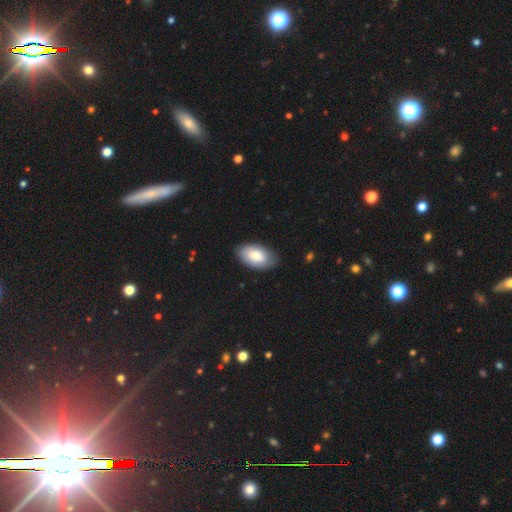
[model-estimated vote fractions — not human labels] smooth 82%, featured or disk 12%, star or artifact 6%. Down the decision tree: how rounded — in between (95%); merging — none (84%).